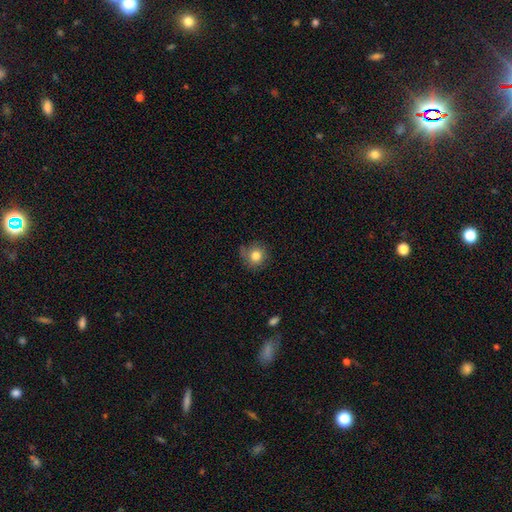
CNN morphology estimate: This is clearly a smooth galaxy (80%). How rounded: clearly round (91%). Merging: likely none (75%).